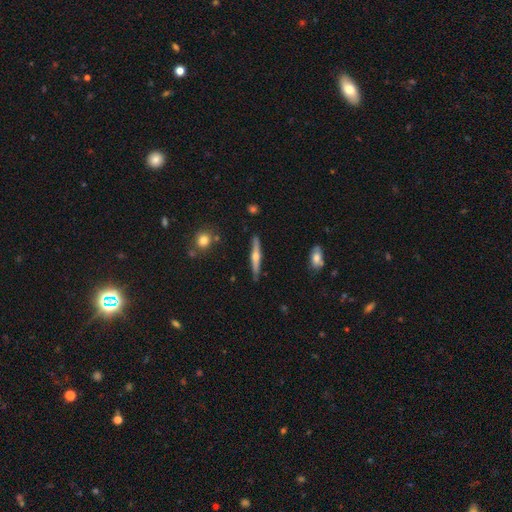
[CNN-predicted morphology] Smooth or featured: featured or disk — 65% (smooth — 29%)
Edge-on disk: yes — 97% (no — 3%)
Edge-on bulge: rounded — 91% (none — 5%)
Merging: none — 88% (minor disturbance — 8%)